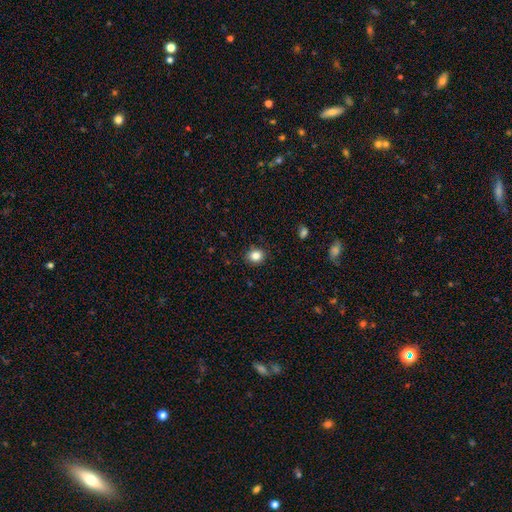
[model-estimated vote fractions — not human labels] A smooth galaxy with no disk features (84%) that is round (68%). Merging: none (88%).